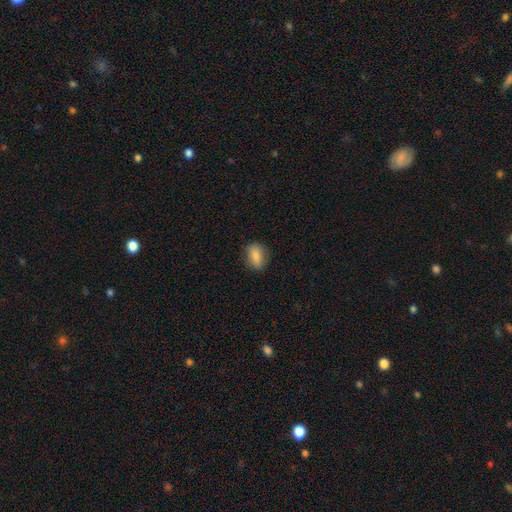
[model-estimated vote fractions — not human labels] smooth 77%, featured or disk 15%, star or artifact 8%. Down the decision tree: how rounded — in between (72%); merging — none (79%).